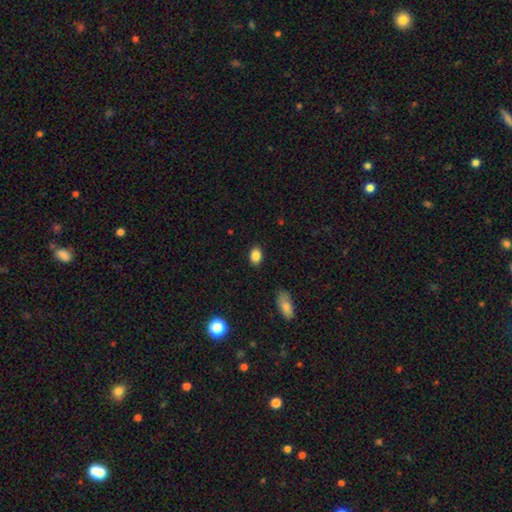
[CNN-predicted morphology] Overall: smooth (86%). How rounded: in between (82%). Merging: none (87%).